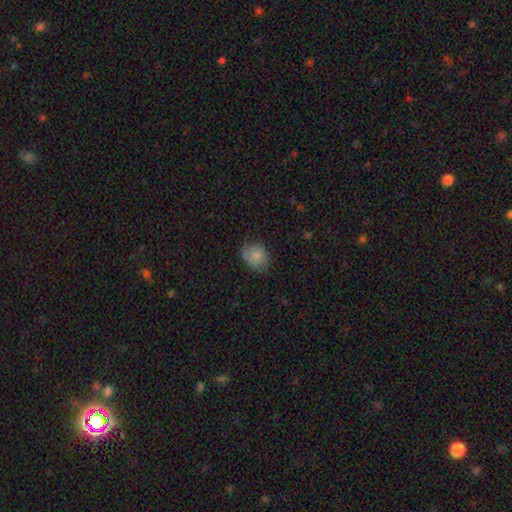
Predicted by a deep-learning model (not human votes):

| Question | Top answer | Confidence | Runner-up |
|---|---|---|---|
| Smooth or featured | smooth | 79% | featured or disk (13%) |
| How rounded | round | 53% | in between (46%) |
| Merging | none | 64% | minor disturbance (28%) |